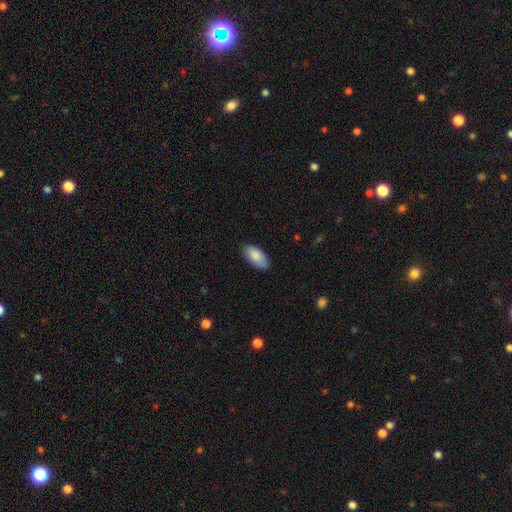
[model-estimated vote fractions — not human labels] smooth-or-featured: smooth: 86% | featured or disk: 8% | star or artifact: 6%
  how-rounded: in between: 92% | cigar-shaped: 6% | round: 2%
  merging: none: 83% | minor disturbance: 14% | major disturbance: 2% | merger: 1%